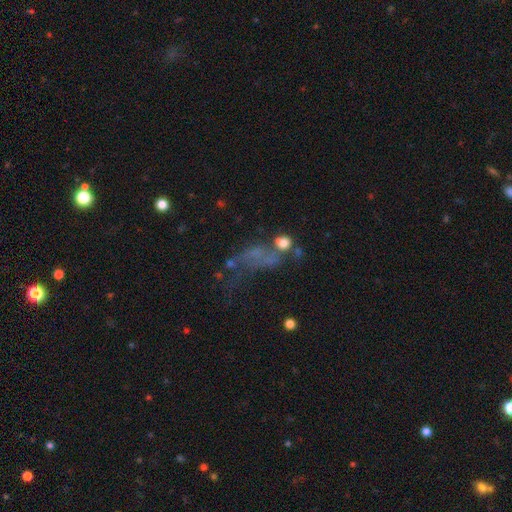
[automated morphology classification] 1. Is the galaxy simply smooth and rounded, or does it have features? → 40% featured or disk, 32% smooth, 28% star or artifact.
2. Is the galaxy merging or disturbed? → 39% major disturbance, 26% none, 21% merger, 14% minor disturbance.